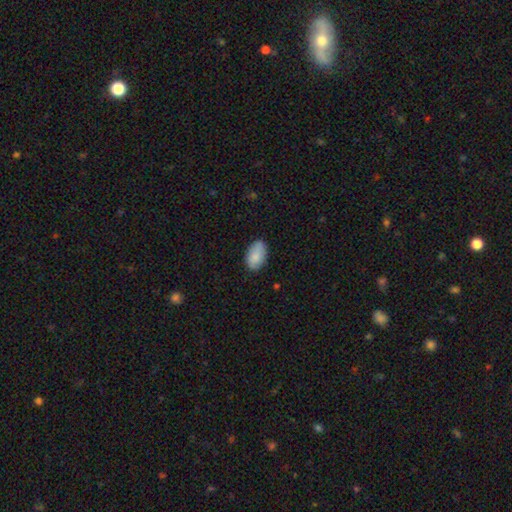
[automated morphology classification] smooth_or_featured: smooth (p=0.86) [alt: featured or disk p=0.08]
how_rounded: in between (p=0.93) [alt: round p=0.06]
merging: none (p=0.80) [alt: minor disturbance p=0.16]